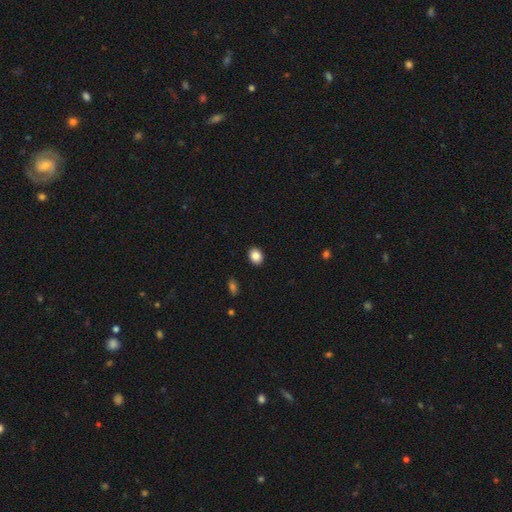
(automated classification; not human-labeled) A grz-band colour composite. It shows a smooth galaxy with no disk features (87%) that is in between round and cigar-shaped (50%). Merging: none (91%).